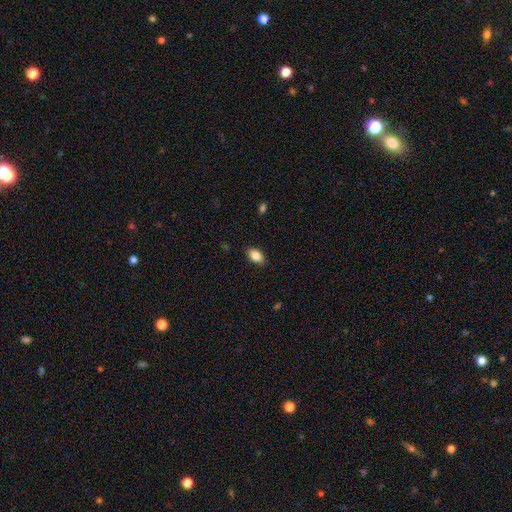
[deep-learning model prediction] smooth-or-featured: smooth: 84% | featured or disk: 8% | star or artifact: 8%
  how-rounded: in between: 89% | round: 8% | cigar-shaped: 2%
  merging: none: 87% | minor disturbance: 10% | major disturbance: 2% | merger: 1%